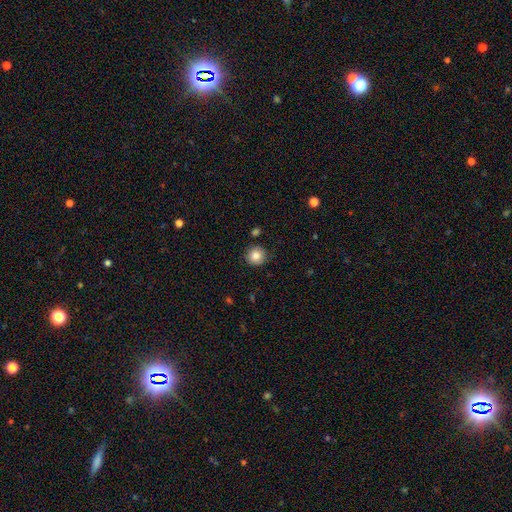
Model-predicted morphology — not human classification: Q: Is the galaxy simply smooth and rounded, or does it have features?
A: smooth — 83%.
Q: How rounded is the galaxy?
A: round — 93%.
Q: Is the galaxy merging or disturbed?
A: none — 87%.